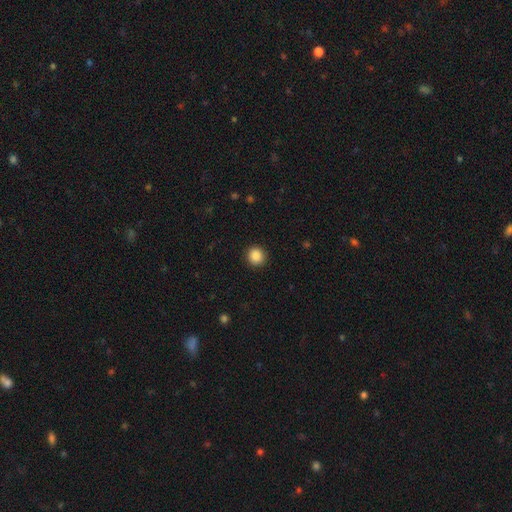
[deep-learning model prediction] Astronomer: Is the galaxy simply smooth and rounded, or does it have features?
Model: smooth — 88%.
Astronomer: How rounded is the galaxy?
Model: round — 90%.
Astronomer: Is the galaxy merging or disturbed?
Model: none — 91%.